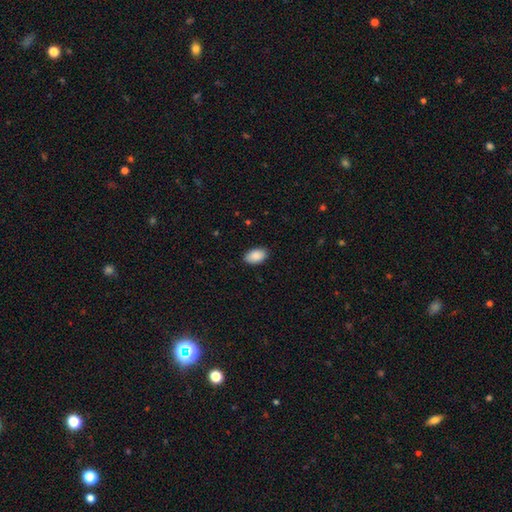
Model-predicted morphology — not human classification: smooth 90%, star or artifact 6%, featured or disk 3%. Down the decision tree: how rounded — in between (94%); merging — none (87%).